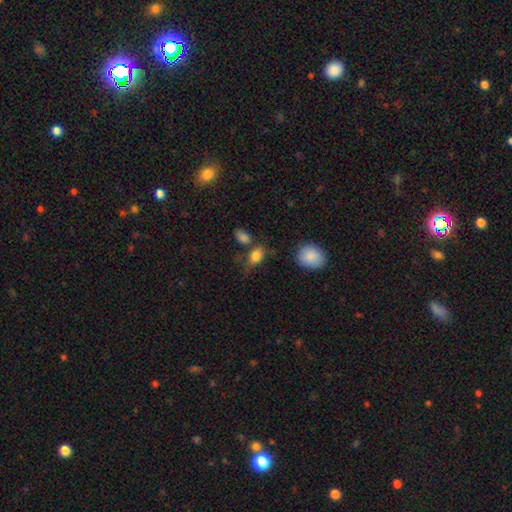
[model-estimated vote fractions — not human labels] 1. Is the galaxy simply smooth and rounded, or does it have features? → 83% smooth, 9% star or artifact, 8% featured or disk.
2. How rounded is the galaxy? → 80% in between, 17% round, 3% cigar-shaped.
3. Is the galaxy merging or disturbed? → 57% none, 22% minor disturbance, 12% merger, 9% major disturbance.